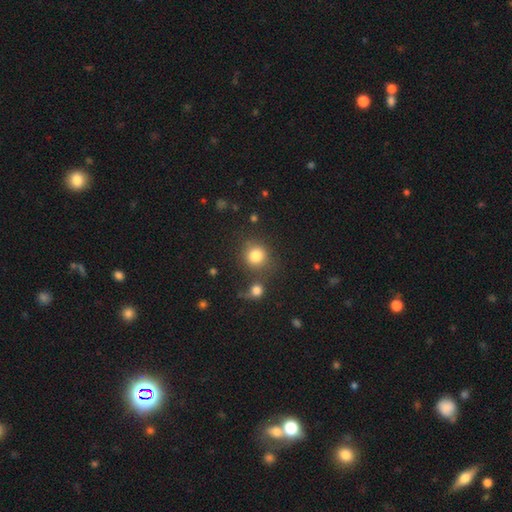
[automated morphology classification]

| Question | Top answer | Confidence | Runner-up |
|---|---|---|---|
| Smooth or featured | smooth | 82% | star or artifact (11%) |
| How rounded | round | 87% | in between (13%) |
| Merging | none | 68% | merger (16%) |